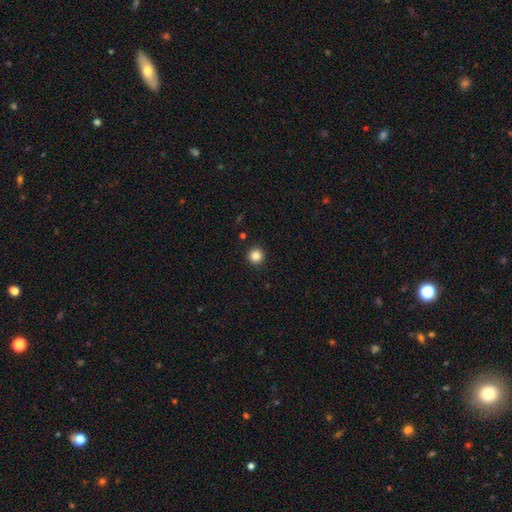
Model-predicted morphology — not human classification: A smooth galaxy with no disk features (85%) that is round (96%). Merging: none (93%).